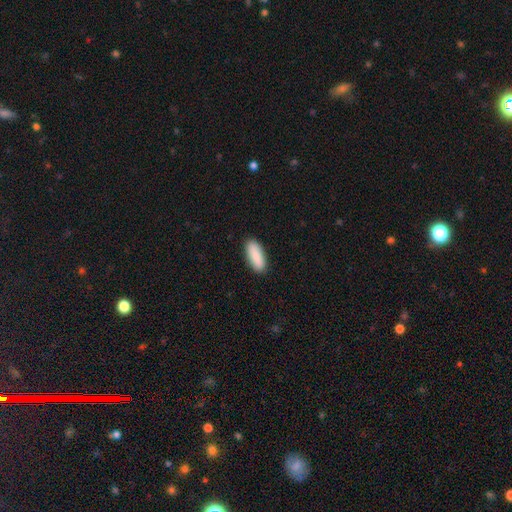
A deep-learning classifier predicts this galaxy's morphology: This appears to be a smooth galaxy with no disk features (89%) that is in between round and cigar-shaped (70%). Merging: none (90%).